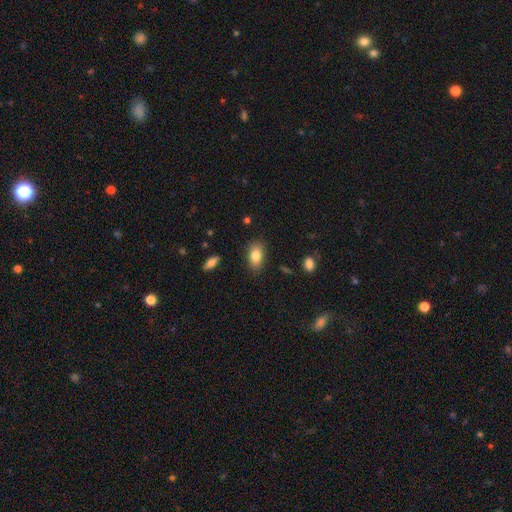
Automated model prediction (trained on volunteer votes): smooth-or-featured: smooth: 82% | featured or disk: 10% | star or artifact: 8%
  how-rounded: in between: 89% | round: 8% | cigar-shaped: 4%
  merging: none: 84% | minor disturbance: 12% | major disturbance: 3% | merger: 1%